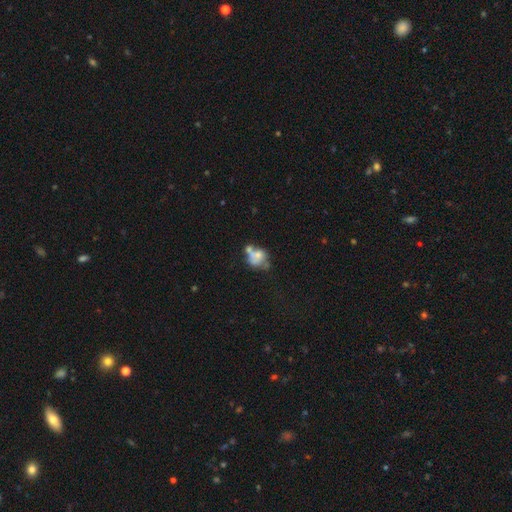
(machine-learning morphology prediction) The model was most divided on "smooth or featured": smooth: 47%, featured or disk: 42%, star or artifact: 12%. Remaining: merging — merger (46%).